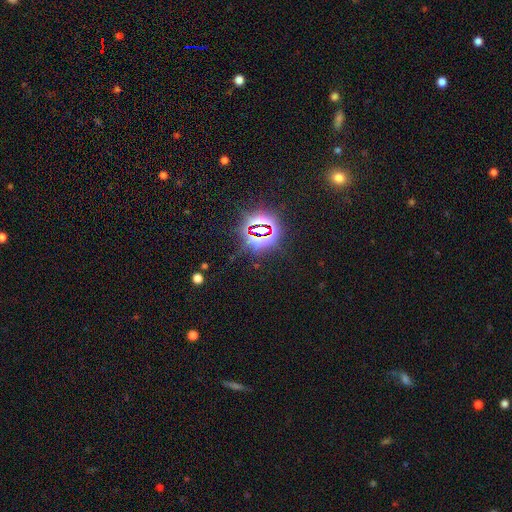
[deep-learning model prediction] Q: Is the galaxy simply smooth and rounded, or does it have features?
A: star or artifact — 82%.